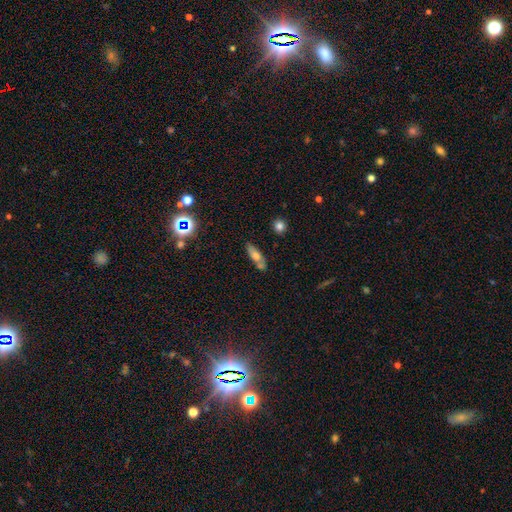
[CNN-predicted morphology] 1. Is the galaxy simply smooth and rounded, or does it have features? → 60% smooth, 30% featured or disk, 10% star or artifact.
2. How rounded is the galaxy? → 56% in between, 40% cigar-shaped, 4% round.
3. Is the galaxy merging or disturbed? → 64% none, 17% minor disturbance, 15% merger, 4% major disturbance.